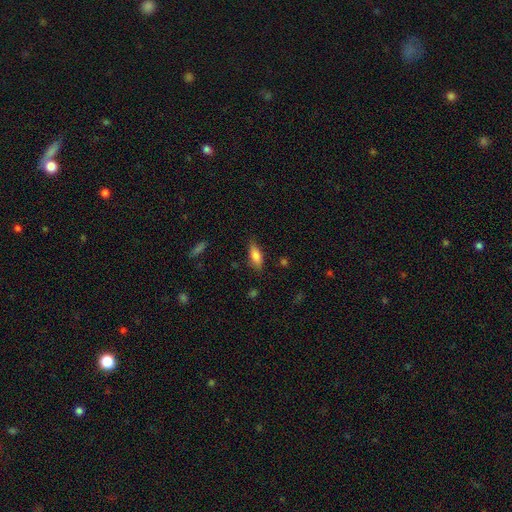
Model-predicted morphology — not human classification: This is likely a smooth galaxy (79%). How rounded: likely in between (71%). Merging: likely none (80%).